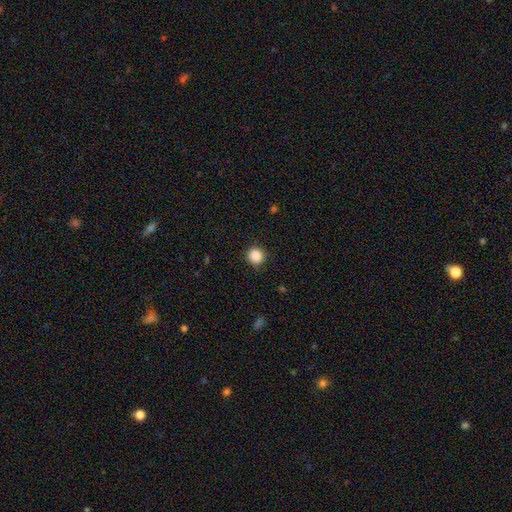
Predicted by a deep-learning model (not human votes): Smooth or featured: smooth — 88% (star or artifact — 10%)
How rounded: round — 90% (in between — 9%)
Merging: none — 89% (minor disturbance — 8%)